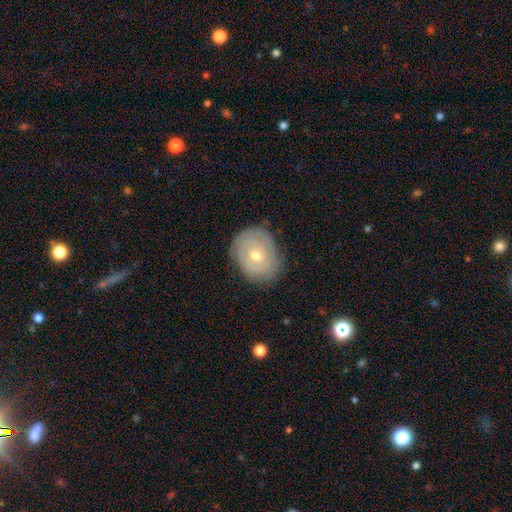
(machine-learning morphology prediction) smooth_or_featured: featured or disk (p=0.73) [alt: smooth p=0.20]
disk_edge_on: no (p=0.96) [alt: yes p=0.04]
bar: no (p=0.63) [alt: weak p=0.31]
has_spiral_arms: yes (p=0.85) [alt: no p=0.15]
spiral_winding: tight (p=0.80) [alt: medium p=0.16]
spiral_arm_count: can't tell (p=0.40) [alt: 2 p=0.33]
bulge_size: moderate (p=0.55) [alt: small p=0.42]
merging: none (p=0.82) [alt: minor disturbance p=0.14]